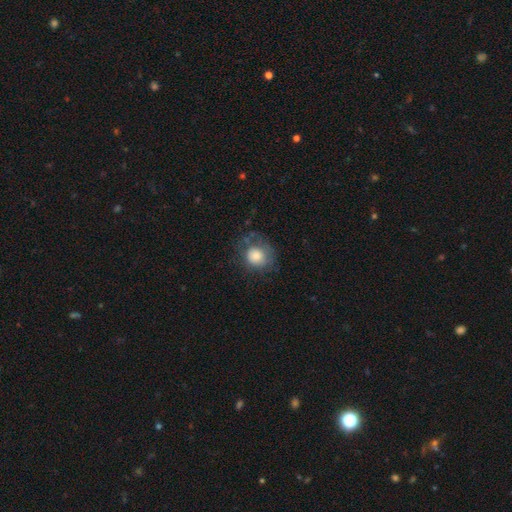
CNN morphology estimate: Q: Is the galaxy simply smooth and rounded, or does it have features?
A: smooth — 72%.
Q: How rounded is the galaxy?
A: round — 79%.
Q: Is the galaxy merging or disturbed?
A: none — 53%.